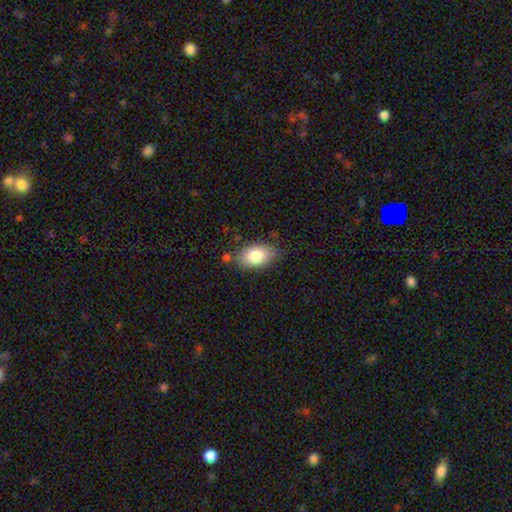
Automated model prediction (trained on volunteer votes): Smooth or featured? Predicted: smooth (p=0.81). How rounded? Predicted: in between (p=0.92). Merging? Predicted: none (p=0.78).